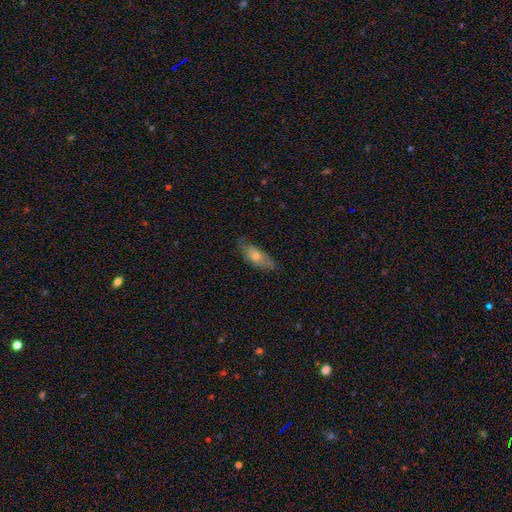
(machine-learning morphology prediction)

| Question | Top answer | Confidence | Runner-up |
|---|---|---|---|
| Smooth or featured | smooth | 53% | featured or disk (39%) |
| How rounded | in between | 69% | cigar-shaped (28%) |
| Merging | none | 70% | minor disturbance (22%) |